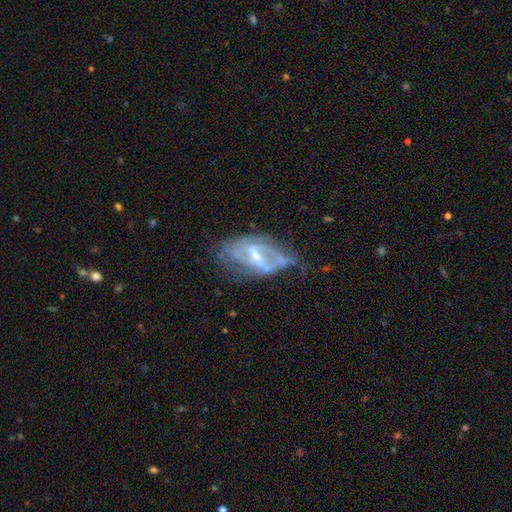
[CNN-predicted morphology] This is likely a featured or disk galaxy (78%). It is clearly not viewed edge-on (93%). Bar: marginally strong (42%, tied with weak). Spiral arm pattern: likely yes (71%). Spiral arm count: possibly 2 (50%). Spiral winding: marginally medium (40%). Central bulge: possibly small (56%). Merging: marginally none (38%).